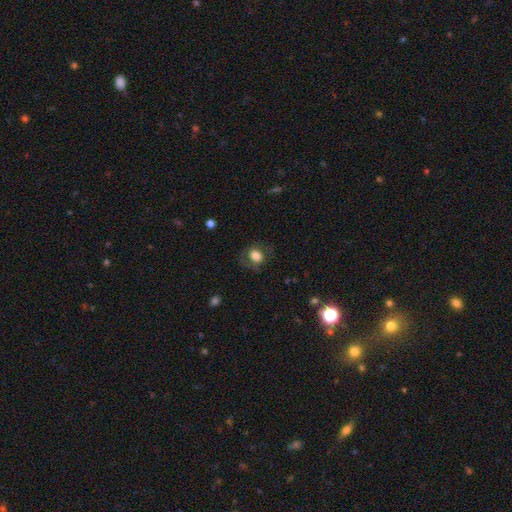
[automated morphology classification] Smooth or featured? Predicted: smooth (p=0.73). How rounded? Predicted: in between (p=0.52). Merging? Predicted: none (p=0.68).